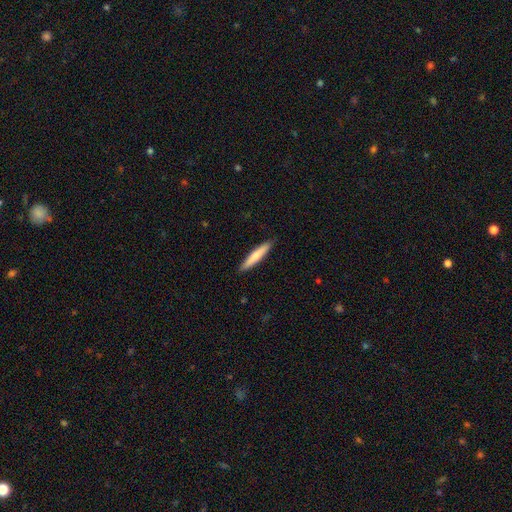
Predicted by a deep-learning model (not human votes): smooth 73%, featured or disk 22%, star or artifact 5%. Down the decision tree: how rounded — cigar-shaped (92%); merging — none (90%).